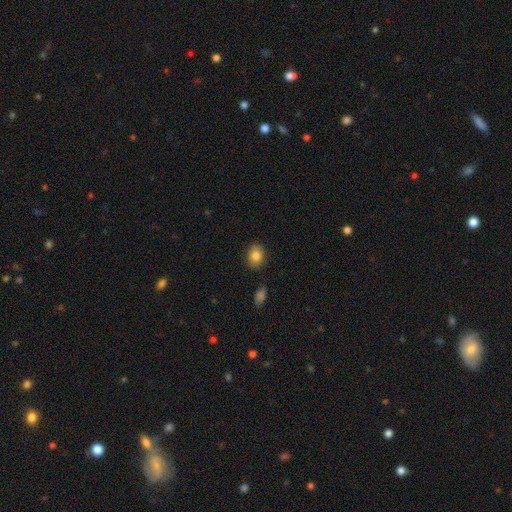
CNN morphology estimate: smooth 84%, star or artifact 9%, featured or disk 7%. Down the decision tree: how rounded — in between (55%); merging — none (87%).